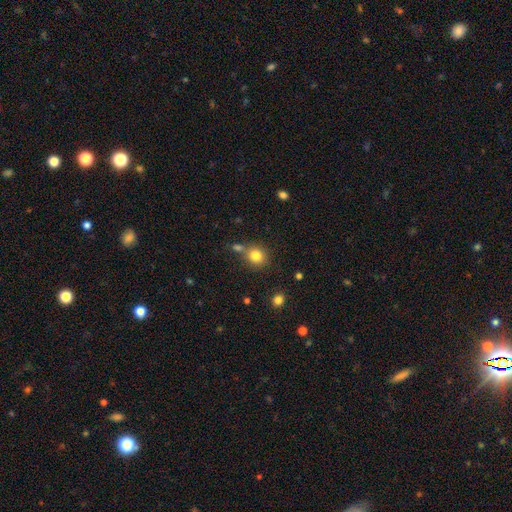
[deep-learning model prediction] Smooth or featured? Predicted: smooth (p=0.81). How rounded? Predicted: round (p=0.82). Merging? Predicted: none (p=0.68).